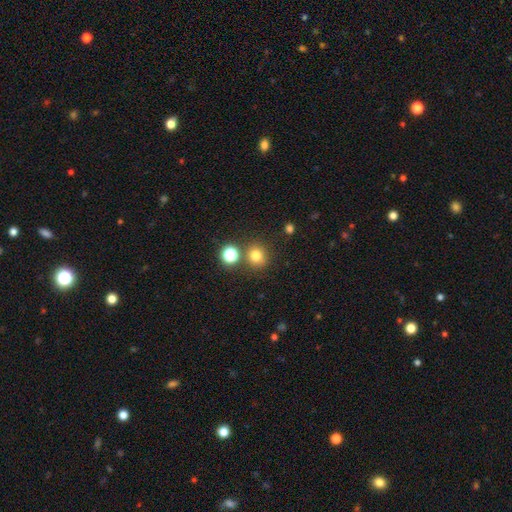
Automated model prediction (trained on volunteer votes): Smooth or featured: smooth — 77% (star or artifact — 16%)
How rounded: round — 86% (in between — 13%)
Merging: none — 77% (merger — 11%)